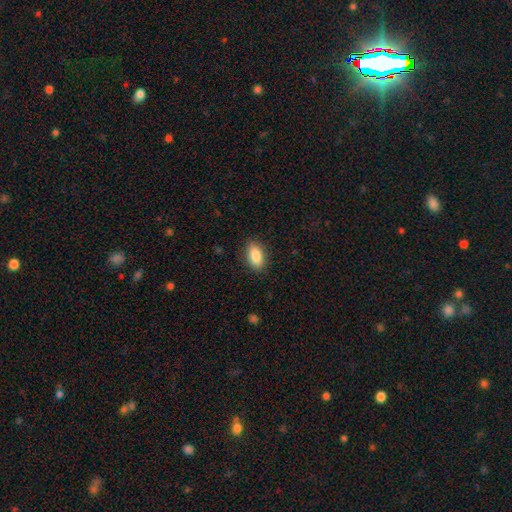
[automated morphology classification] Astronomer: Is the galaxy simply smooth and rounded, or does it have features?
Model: smooth — 86%.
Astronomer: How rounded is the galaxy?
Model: in between — 89%.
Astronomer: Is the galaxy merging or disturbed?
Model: none — 87%.